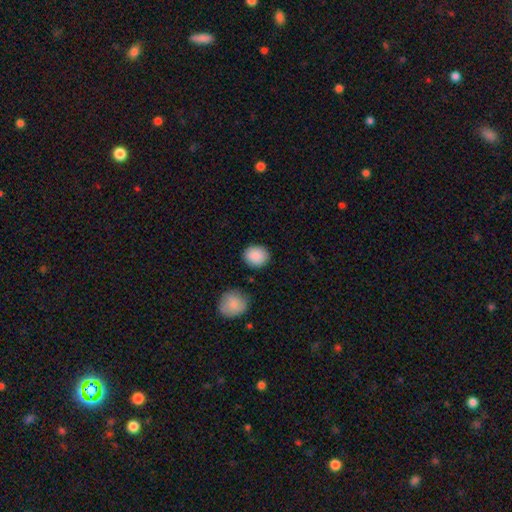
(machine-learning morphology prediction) type=smooth (89%); roundness=round (73%); merging=none (86%).